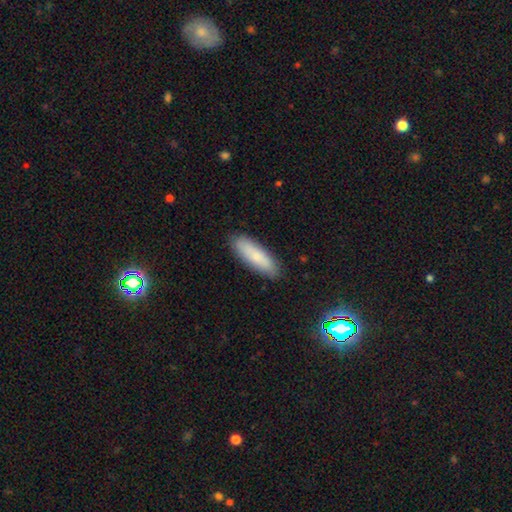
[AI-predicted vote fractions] Morphology: type=smooth (79%); roundness=cigar-shaped (50%); merging=none (87%).